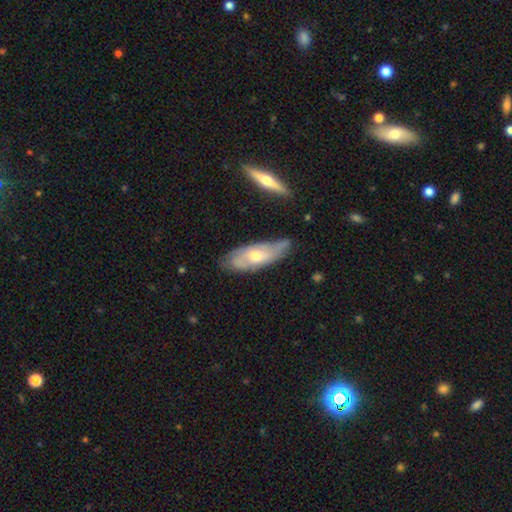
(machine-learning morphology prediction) This is likely a featured or disk galaxy (62%). It is likely not viewed edge-on (76%). Merging: likely none (64%).